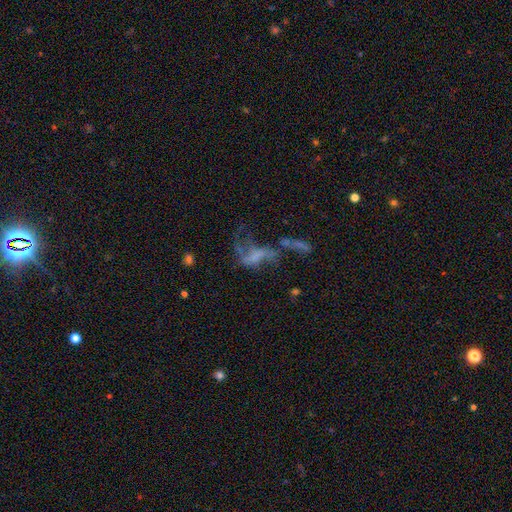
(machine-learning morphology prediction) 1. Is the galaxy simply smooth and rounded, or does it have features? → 54% featured or disk, 25% smooth, 21% star or artifact.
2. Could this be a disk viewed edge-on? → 94% no, 6% yes.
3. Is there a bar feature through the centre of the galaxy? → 72% no, 19% weak, 9% strong.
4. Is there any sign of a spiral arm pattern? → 66% no, 34% yes.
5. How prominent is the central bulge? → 68% none, 16% small, 11% moderate, 4% large, 2% dominant.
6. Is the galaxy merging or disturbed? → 44% major disturbance, 24% merger, 21% none, 10% minor disturbance.